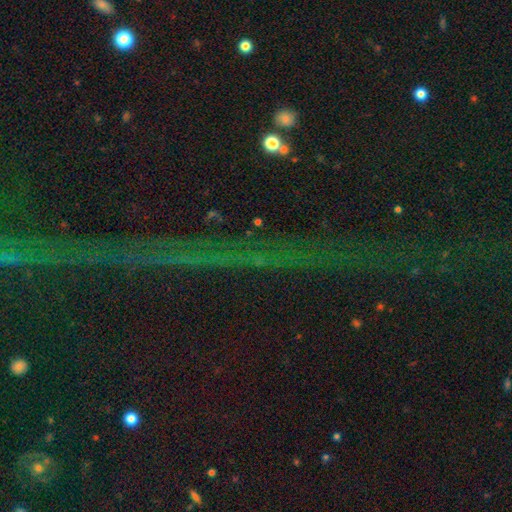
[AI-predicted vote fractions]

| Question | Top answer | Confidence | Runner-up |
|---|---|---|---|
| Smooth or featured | star or artifact | 75% | featured or disk (13%) |